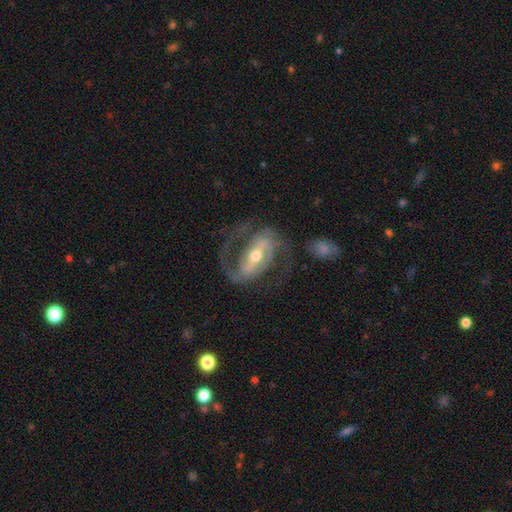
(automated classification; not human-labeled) smooth-or-featured: featured or disk: 89% | smooth: 6% | star or artifact: 4%
  disk-edge-on: no: 96% | yes: 4%
    bar: strong: 64% | weak: 26% | no: 10%
    has-spiral-arms: yes: 95% | no: 5%
      spiral-winding: medium: 57% | loose: 22% | tight: 21%
      spiral-arm-count: 2: 89% | 1: 4% | can't tell: 3% | 3: 2% | 4: 1% | more than 4: 1%
    bulge-size: moderate: 63% | small: 30% | large: 4% | none: 1% | dominant: 1%
  merging: none: 67% | major disturbance: 16% | minor disturbance: 14% | merger: 3%